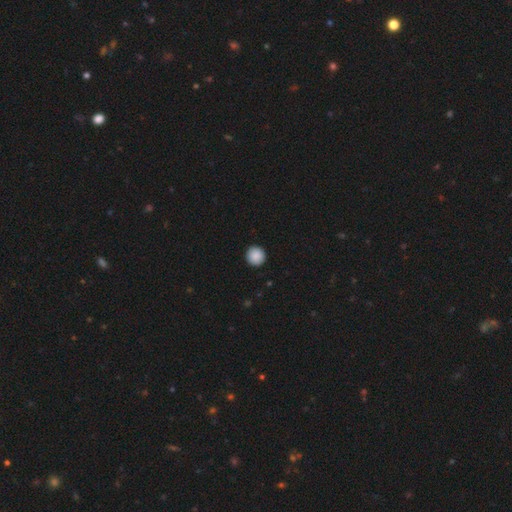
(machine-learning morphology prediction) smooth-or-featured: smooth: 89% | star or artifact: 8% | featured or disk: 3%
  how-rounded: round: 95% | in between: 4% | cigar-shaped: 1%
  merging: none: 93% | minor disturbance: 5% | major disturbance: 1% | merger: 1%